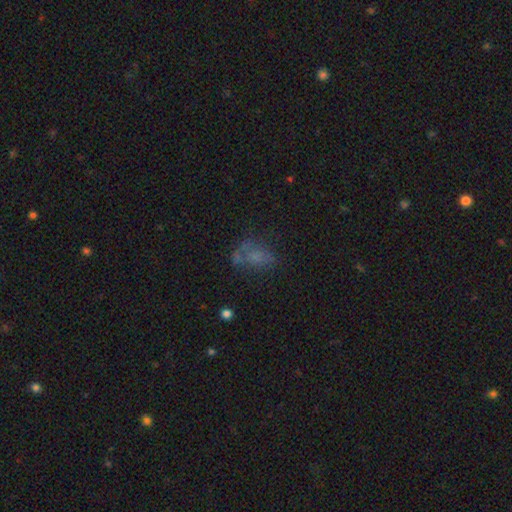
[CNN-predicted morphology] smooth-or-featured: smooth: 52% | featured or disk: 28% | star or artifact: 20%
  how-rounded: in between: 79% | round: 17% | cigar-shaped: 4%
  merging: none: 37% | major disturbance: 26% | minor disturbance: 21% | merger: 15%